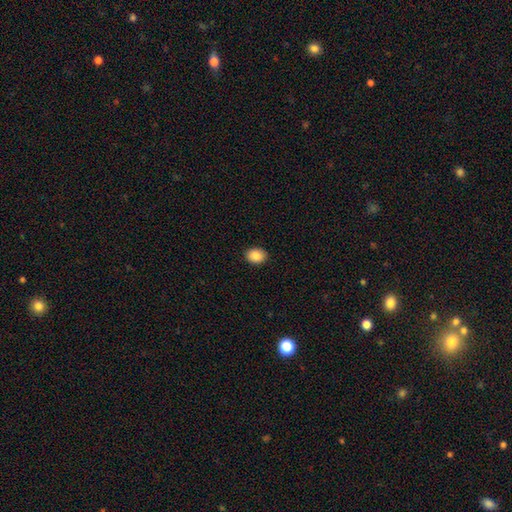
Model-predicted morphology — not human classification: The model was most divided on "how rounded": in between: 55%, round: 44%, cigar-shaped: 1%. More confident: merging — none (90%); smooth or featured — smooth (89%).